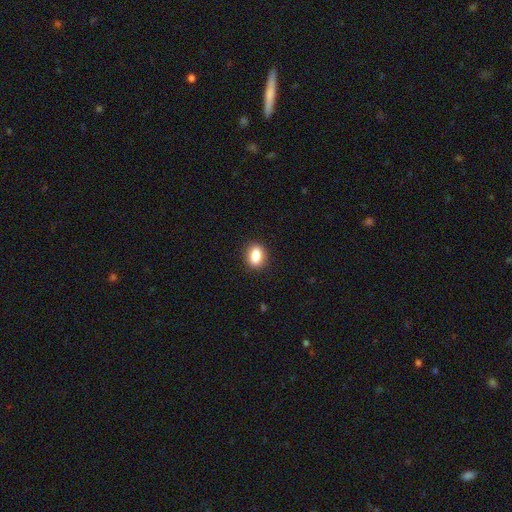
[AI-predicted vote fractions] smooth_or_featured: smooth (p=0.85) [alt: star or artifact p=0.08]
how_rounded: in between (p=0.73) [alt: round p=0.24]
merging: none (p=0.89) [alt: minor disturbance p=0.08]